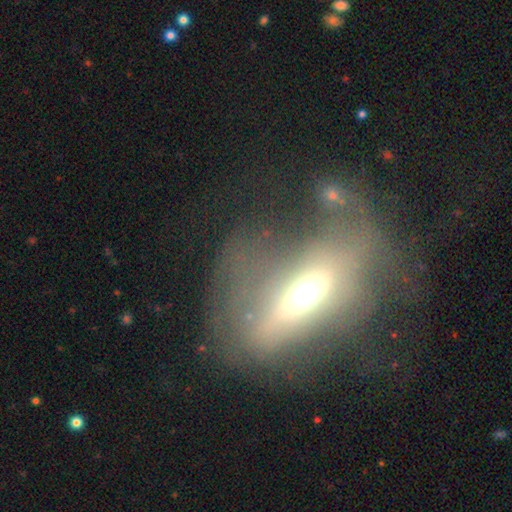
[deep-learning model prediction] A featured or disk galaxy (58%).

Vote fractions:
- Smooth or featured? featured or disk: 58% / smooth: 29% / star or artifact: 13%
- Edge-on disk? no: 60% / yes: 40%
- Merging? none: 39% / major disturbance: 34% / minor disturbance: 21% / merger: 6%